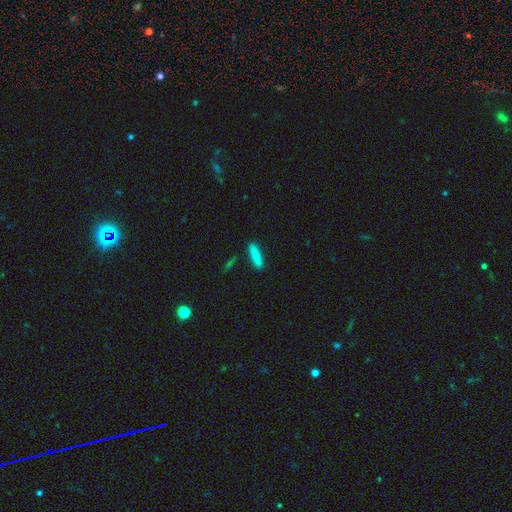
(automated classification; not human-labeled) The model was most divided on "how rounded": cigar-shaped: 82%, in between: 16%, round: 2%. More confident: merging — none (87%); smooth or featured — smooth (86%).